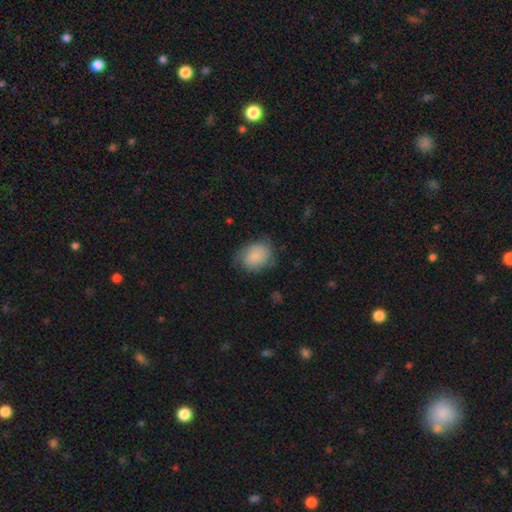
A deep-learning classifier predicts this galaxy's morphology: smooth-or-featured: smooth: 78% | featured or disk: 14% | star or artifact: 8%
  how-rounded: in between: 51% | round: 48% | cigar-shaped: 1%
  merging: none: 65% | minor disturbance: 25% | major disturbance: 8% | merger: 1%